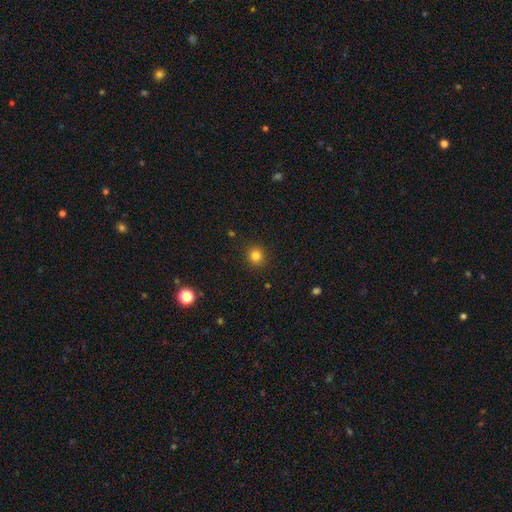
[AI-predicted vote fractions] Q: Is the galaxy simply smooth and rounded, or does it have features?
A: smooth — 82%.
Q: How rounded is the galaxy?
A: round — 91%.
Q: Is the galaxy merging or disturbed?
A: none — 91%.